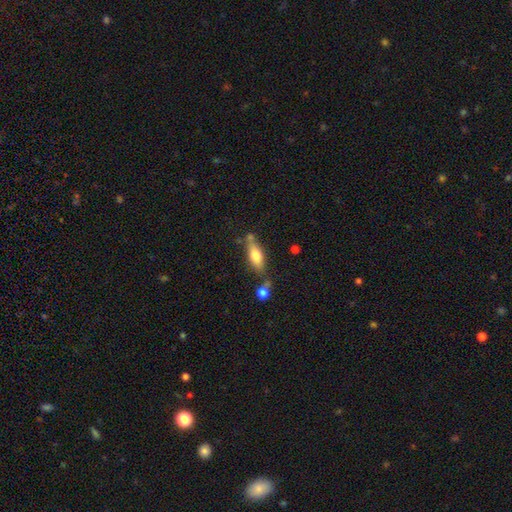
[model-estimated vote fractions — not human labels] Smooth or featured?
  - smooth: 69% *
  - featured or disk: 24%
  - star or artifact: 7%
How rounded?
  - in between: 69% *
  - cigar-shaped: 28%
  - round: 3%
Merging?
  - none: 60% *
  - minor disturbance: 19%
  - merger: 15%
  - major disturbance: 6%